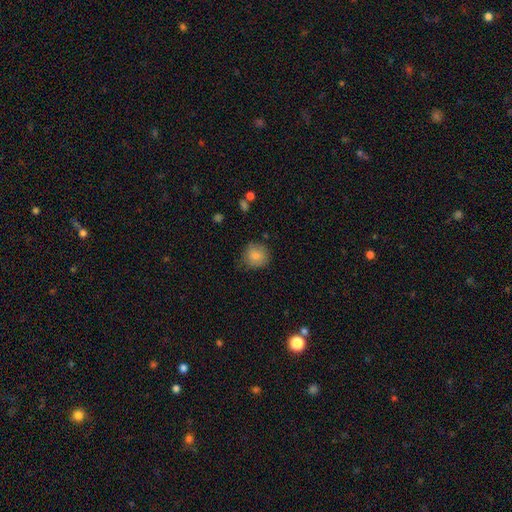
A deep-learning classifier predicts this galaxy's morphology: Smooth or featured?
  - smooth: 85% *
  - star or artifact: 8%
  - featured or disk: 6%
How rounded?
  - round: 85% *
  - in between: 14%
  - cigar-shaped: 1%
Merging?
  - none: 75% *
  - minor disturbance: 19%
  - major disturbance: 5%
  - merger: 2%